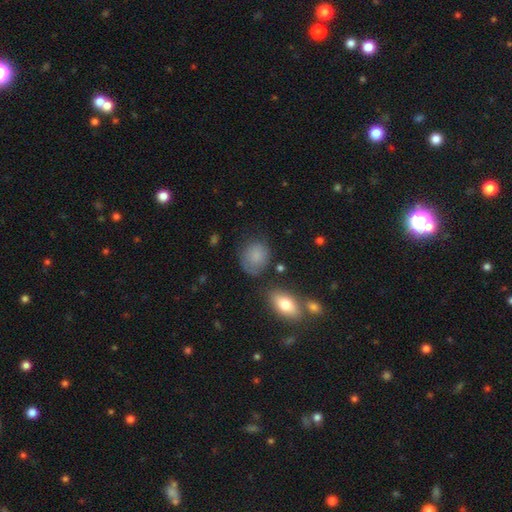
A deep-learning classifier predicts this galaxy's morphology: Smooth or featured? Predicted: smooth (p=0.80). How rounded? Predicted: round (p=0.64). Merging? Predicted: none (p=0.66).